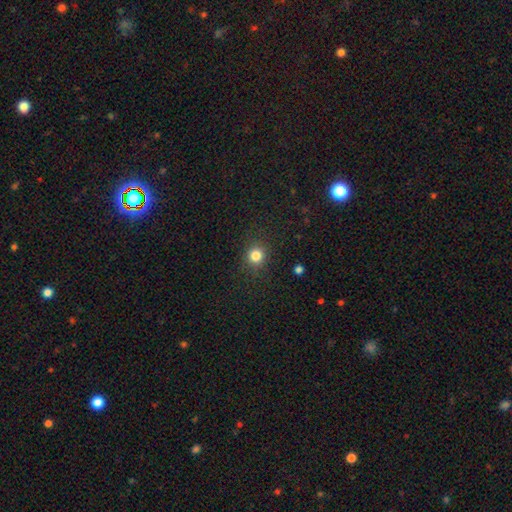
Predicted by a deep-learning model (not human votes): Morphology: type=smooth (82%); roundness=round (88%); merging=none (88%).